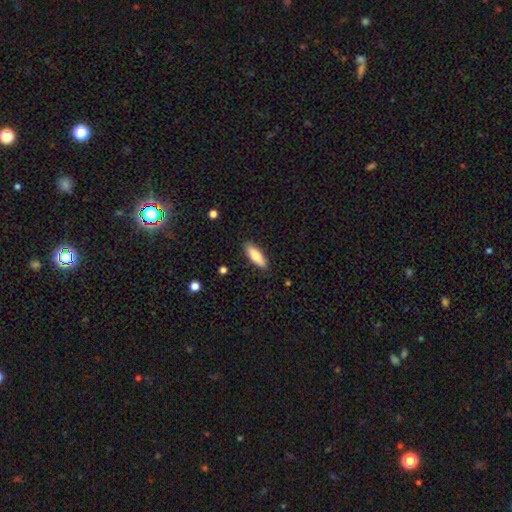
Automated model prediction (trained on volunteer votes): Overall: smooth (79%). How rounded: in between (61%; cigar-shaped 37%). Merging: none (88%).